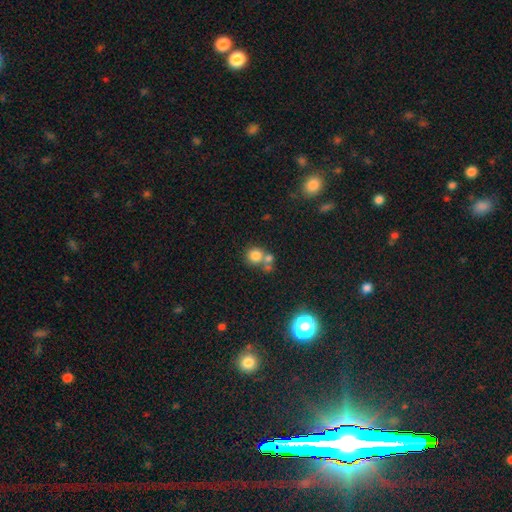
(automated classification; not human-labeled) smooth-or-featured: smooth: 78% | star or artifact: 12% | featured or disk: 9%
  how-rounded: round: 87% | in between: 12% | cigar-shaped: 1%
  merging: none: 48% | merger: 41% | minor disturbance: 8% | major disturbance: 4%